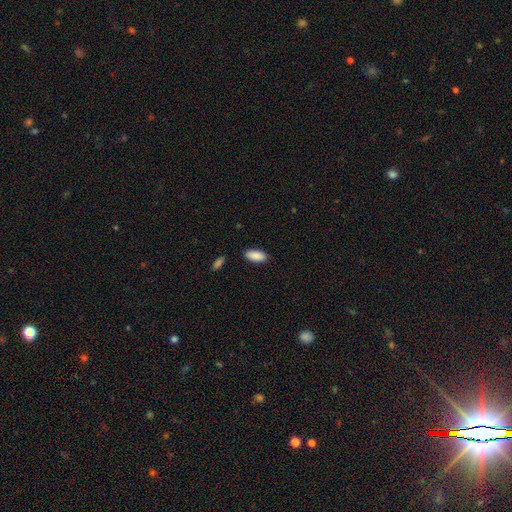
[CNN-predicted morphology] A smooth galaxy with no disk features (90%) that is in between round and cigar-shaped (84%).

Vote fractions:
- Smooth or featured? smooth: 90% / star or artifact: 6% / featured or disk: 4%
- How rounded? in between: 84% / cigar-shaped: 14% / round: 2%
- Merging? none: 87% / minor disturbance: 9% / major disturbance: 2% / merger: 2%